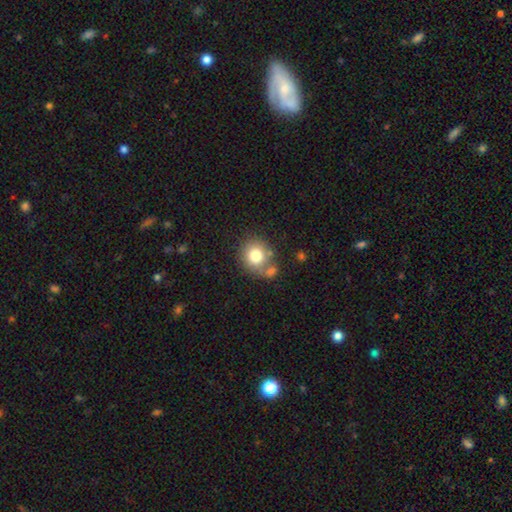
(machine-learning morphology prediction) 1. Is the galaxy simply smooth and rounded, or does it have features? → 77% smooth, 13% featured or disk, 10% star or artifact.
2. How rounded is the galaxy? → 83% round, 16% in between, 1% cigar-shaped.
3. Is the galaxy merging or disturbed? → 57% none, 23% merger, 15% minor disturbance, 6% major disturbance.